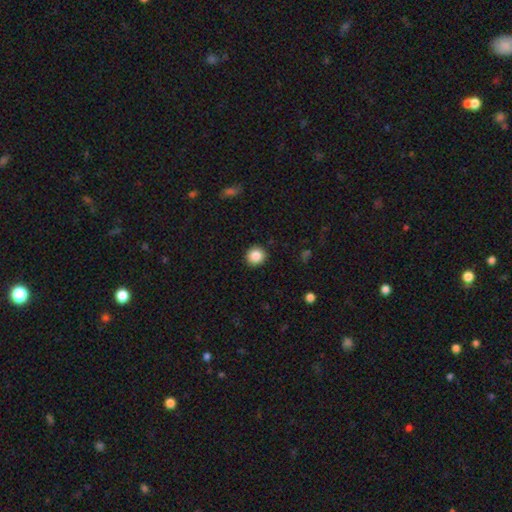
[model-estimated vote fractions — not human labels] A smooth galaxy with no disk features (86%) that is round (92%).

Vote fractions:
- Smooth or featured? smooth: 86% / star or artifact: 9% / featured or disk: 4%
- How rounded? round: 92% / in between: 7% / cigar-shaped: 1%
- Merging? none: 91% / minor disturbance: 6% / major disturbance: 2% / merger: 1%